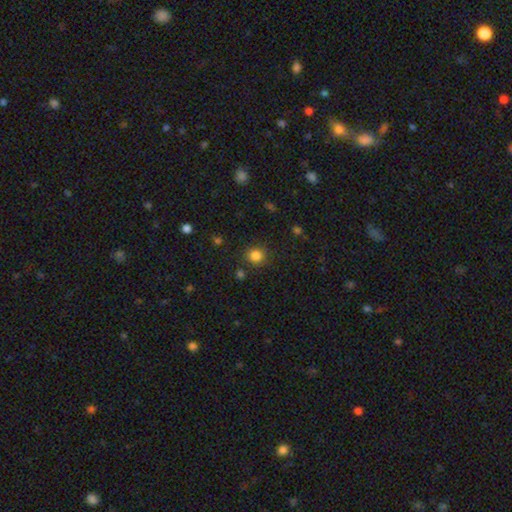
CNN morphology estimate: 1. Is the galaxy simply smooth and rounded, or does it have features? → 83% smooth, 13% star or artifact, 4% featured or disk.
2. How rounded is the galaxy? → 86% round, 13% in between, 1% cigar-shaped.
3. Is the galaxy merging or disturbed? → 85% none, 9% minor disturbance, 3% major disturbance, 3% merger.